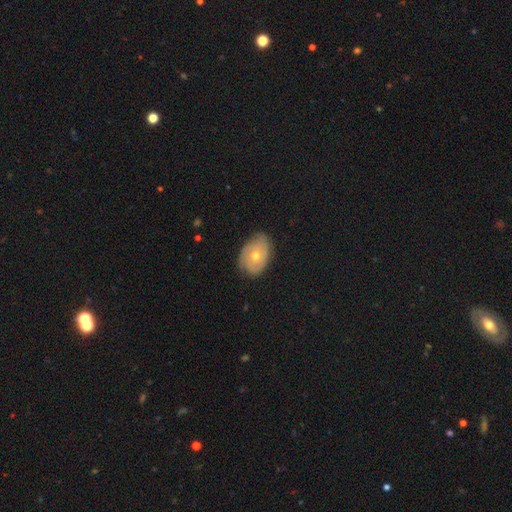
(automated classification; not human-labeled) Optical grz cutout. It shows a featured or disk galaxy (54%). Merging: none (74%).